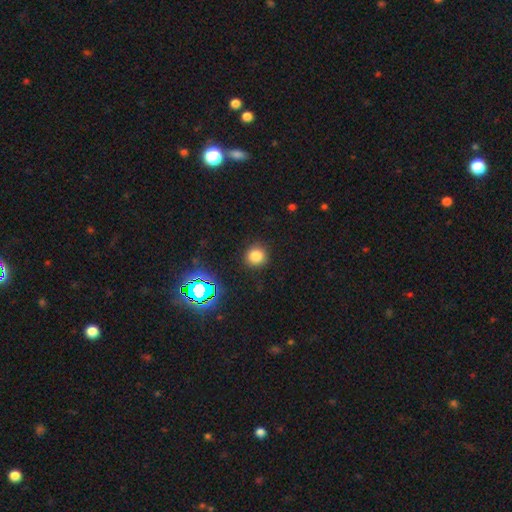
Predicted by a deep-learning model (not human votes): Smooth or featured?
  - smooth: 77% *
  - star or artifact: 18%
  - featured or disk: 5%
How rounded?
  - round: 91% *
  - in between: 8%
  - cigar-shaped: 1%
Merging?
  - none: 89% *
  - minor disturbance: 7%
  - major disturbance: 3%
  - merger: 1%